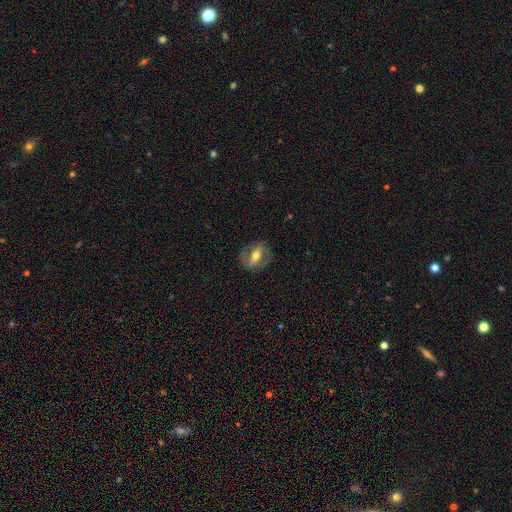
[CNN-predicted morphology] Smooth or featured?
  - featured or disk: 64% *
  - smooth: 29%
  - star or artifact: 7%
Edge-on disk?
  - no: 90% *
  - yes: 10%
Bar?
  - strong: 52% *
  - weak: 30%
  - no: 18%
Spiral arms?
  - yes: 65% *
  - no: 35%
Bulge size?
  - moderate: 68% *
  - small: 22%
  - large: 8%
  - none: 1%
  - dominant: 1%
Merging?
  - none: 80% *
  - minor disturbance: 13%
  - major disturbance: 6%
  - merger: 1%